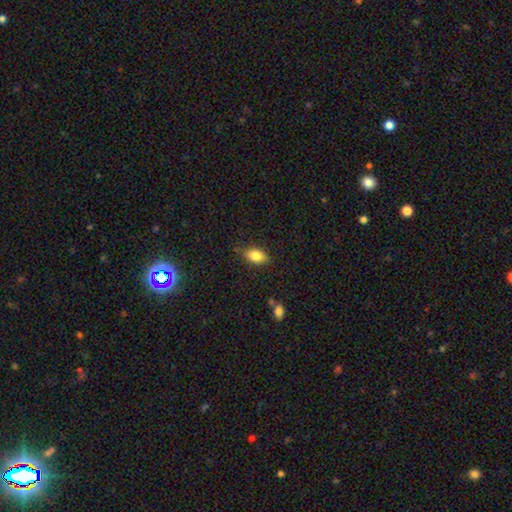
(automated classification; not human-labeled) A smooth galaxy with no disk features (83%) that is in between round and cigar-shaped (86%). Merging: none (83%).